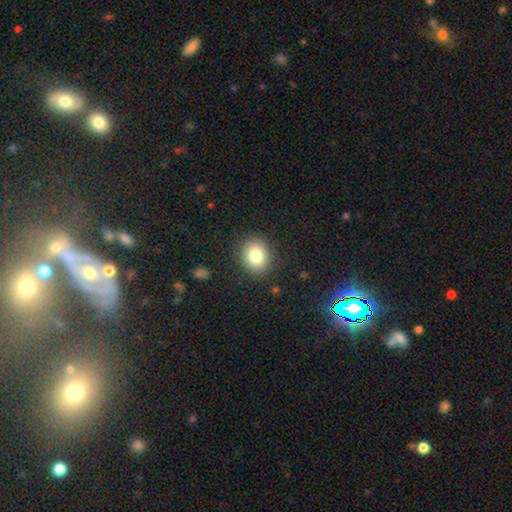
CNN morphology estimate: The model was most divided on "how rounded": round: 63%, in between: 36%, cigar-shaped: 1%. More confident: merging — none (88%); smooth or featured — smooth (81%).